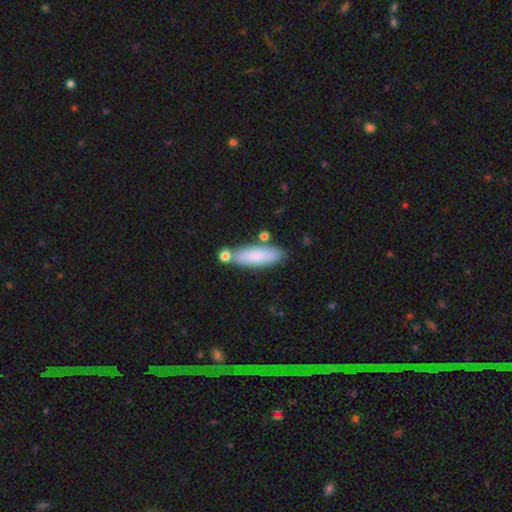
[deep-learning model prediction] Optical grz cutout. It shows a smooth galaxy with no disk features (81%) that is in between round and cigar-shaped (51%). Merging: none (74%).